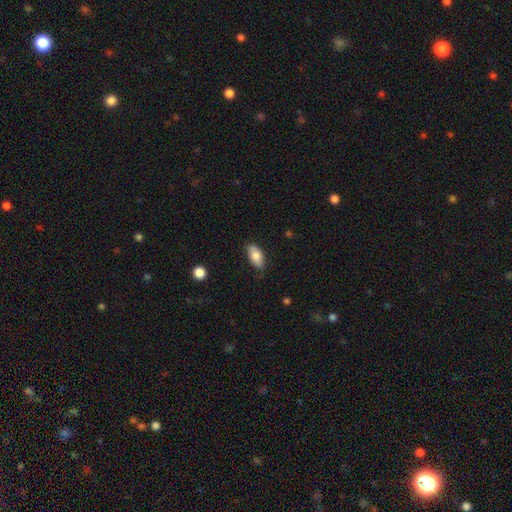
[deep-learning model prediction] Smooth or featured?
  - smooth: 76% *
  - featured or disk: 17%
  - star or artifact: 7%
How rounded?
  - in between: 89% *
  - cigar-shaped: 8%
  - round: 3%
Merging?
  - none: 75% *
  - minor disturbance: 21%
  - major disturbance: 3%
  - merger: 1%